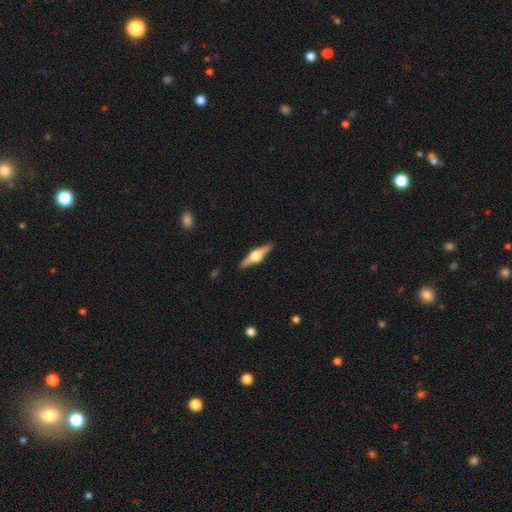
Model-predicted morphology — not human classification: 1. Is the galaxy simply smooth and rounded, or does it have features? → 79% featured or disk, 16% smooth, 5% star or artifact.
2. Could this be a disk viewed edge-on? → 98% yes, 2% no.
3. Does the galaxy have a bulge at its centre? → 95% rounded, 4% boxy, 1% none.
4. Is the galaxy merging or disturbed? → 90% none, 7% minor disturbance, 2% major disturbance, 1% merger.